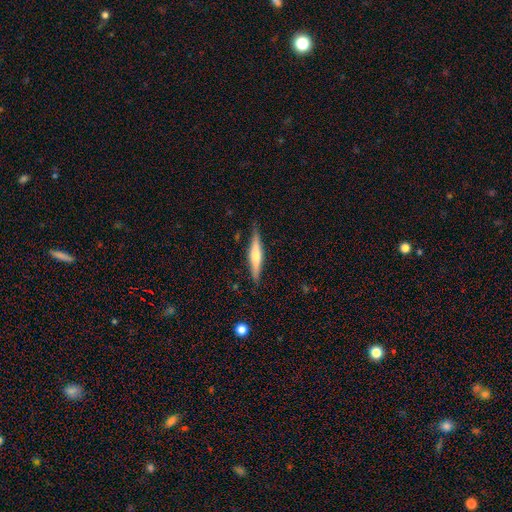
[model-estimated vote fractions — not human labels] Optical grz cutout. It shows a featured or disk galaxy (56%) viewed edge-on (96%) with a rounded central bulge (77%). Merging: none (86%).